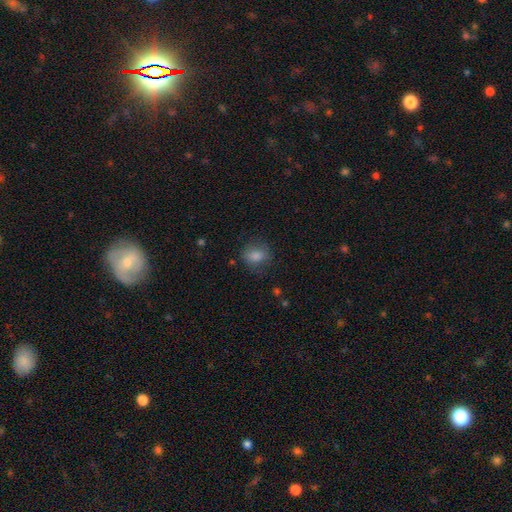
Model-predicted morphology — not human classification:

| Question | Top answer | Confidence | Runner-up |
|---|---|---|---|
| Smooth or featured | smooth | 77% | star or artifact (12%) |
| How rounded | round | 54% | in between (45%) |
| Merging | none | 74% | minor disturbance (17%) |